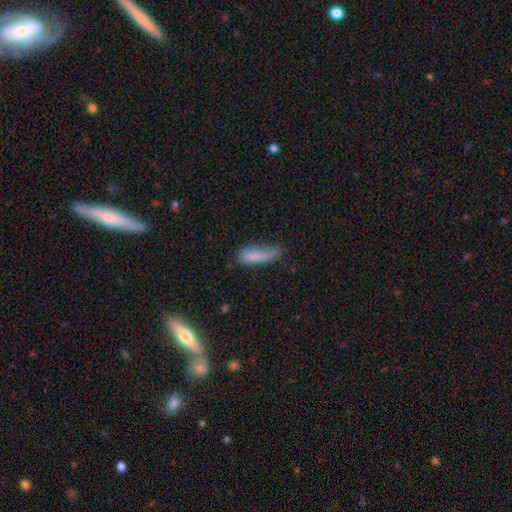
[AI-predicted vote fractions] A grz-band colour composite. It shows a smooth galaxy with no disk features (79%) that is cigar-shaped (61%). Merging: none (44%).